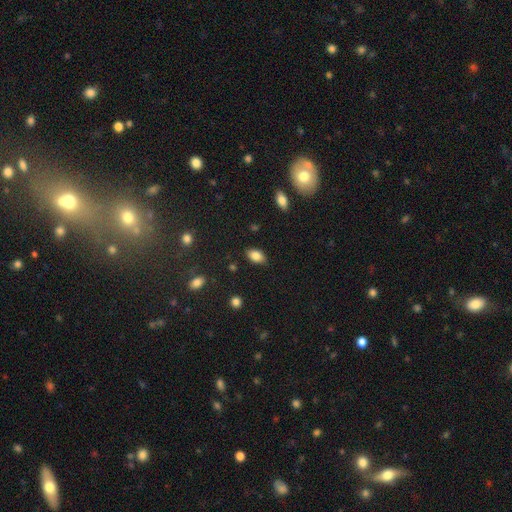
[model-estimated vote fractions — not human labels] A smooth galaxy with no disk features (84%) that is in between round and cigar-shaped (90%). Merging: none (84%).